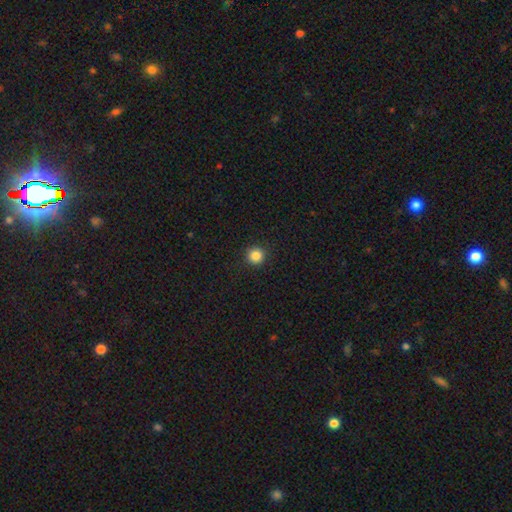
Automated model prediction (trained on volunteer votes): Overall: smooth (85%). How rounded: round (95%). Merging: none (92%).